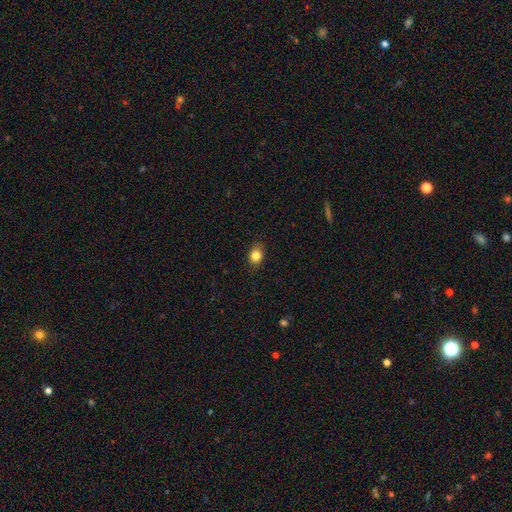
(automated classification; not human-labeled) Smooth or featured?
  - smooth: 83% *
  - star or artifact: 10%
  - featured or disk: 6%
How rounded?
  - in between: 56% *
  - round: 43%
  - cigar-shaped: 1%
Merging?
  - none: 86% *
  - minor disturbance: 11%
  - major disturbance: 2%
  - merger: 1%